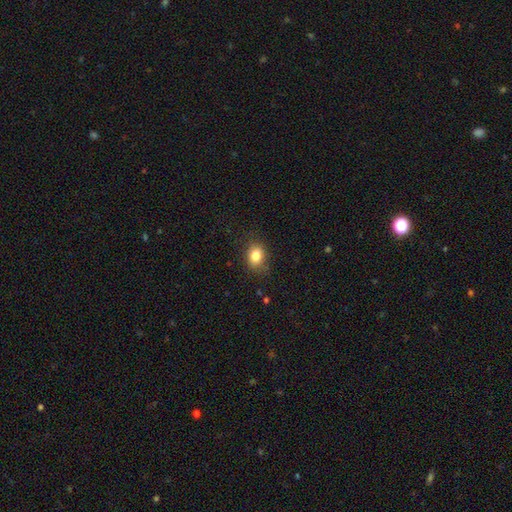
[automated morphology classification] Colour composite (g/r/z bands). It shows a smooth galaxy with no disk features (83%) that is in between round and cigar-shaped (59%). Merging: none (78%).